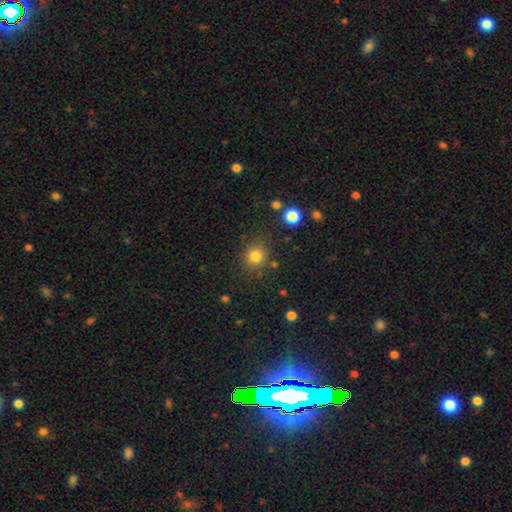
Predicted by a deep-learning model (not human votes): Smooth or featured?
  - smooth: 81% *
  - star or artifact: 14%
  - featured or disk: 6%
How rounded?
  - round: 85% *
  - in between: 14%
  - cigar-shaped: 1%
Merging?
  - none: 83% *
  - minor disturbance: 10%
  - major disturbance: 4%
  - merger: 4%